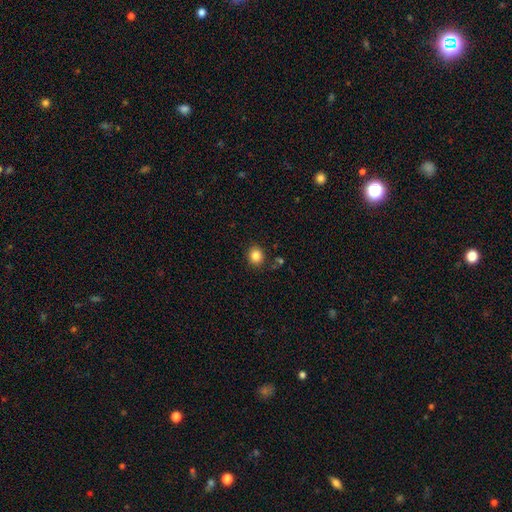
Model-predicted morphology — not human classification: smooth_or_featured: smooth (p=0.85) [alt: star or artifact p=0.10]
how_rounded: round (p=0.81) [alt: in between p=0.18]
merging: none (p=0.87) [alt: minor disturbance p=0.08]